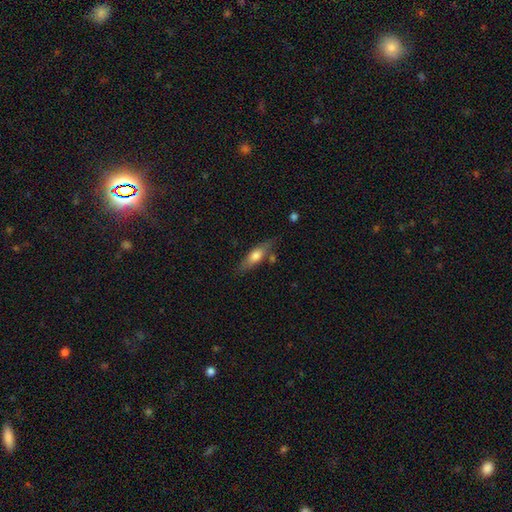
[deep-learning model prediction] A smooth galaxy with no disk features (64%) that is in between round and cigar-shaped (52%). Merging: none (69%).